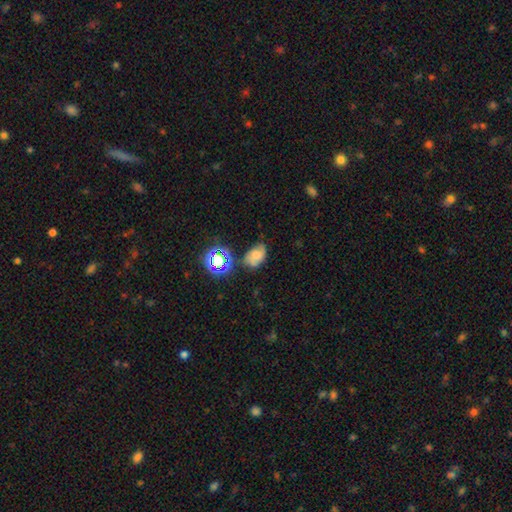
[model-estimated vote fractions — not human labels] Q: Smooth or featured?
A: smooth (54%); runner-up: featured or disk (26%)
Q: How rounded?
A: in between (79%); runner-up: round (19%)
Q: Merging?
A: none (54%); runner-up: minor disturbance (29%)